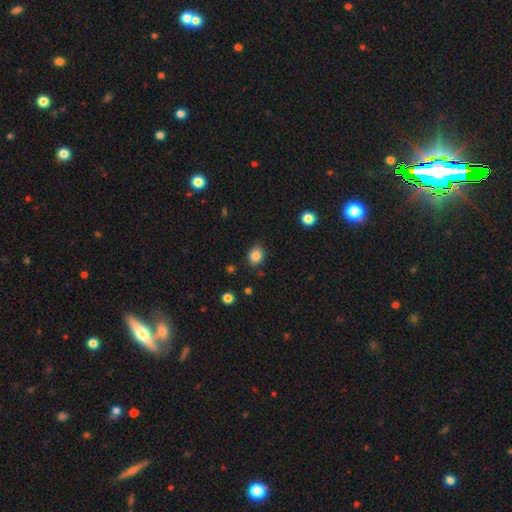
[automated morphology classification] Smooth or featured: smooth — 85% (star or artifact — 10%)
How rounded: round — 59% (in between — 41%)
Merging: none — 85% (minor disturbance — 11%)